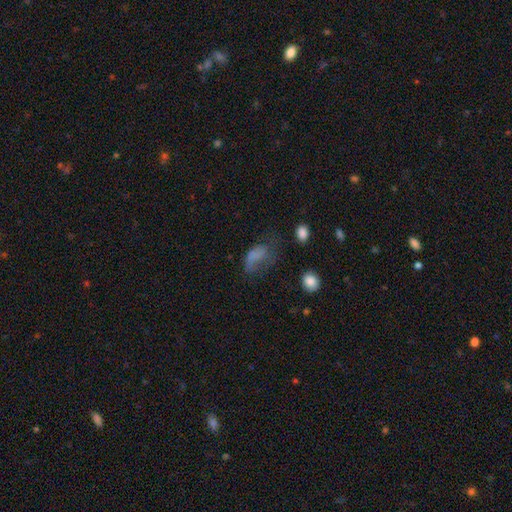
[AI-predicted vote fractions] Overall: smooth (63%). How rounded: in between (85%). Merging: major disturbance (45%; none 28%).